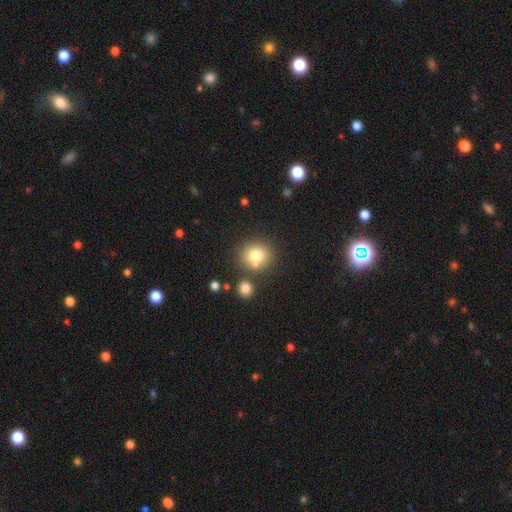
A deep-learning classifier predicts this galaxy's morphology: type=smooth (77%); roundness=round (85%); merging=none (70%).